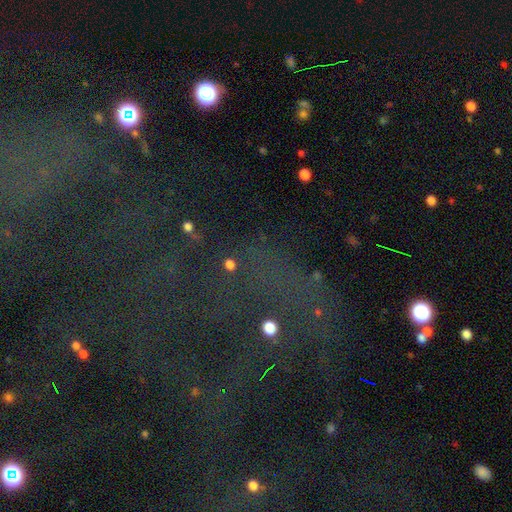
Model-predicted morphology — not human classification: A star or artifact, not a galaxy (74%).

Vote fractions:
- Smooth or featured? star or artifact: 74% / smooth: 14% / featured or disk: 12%